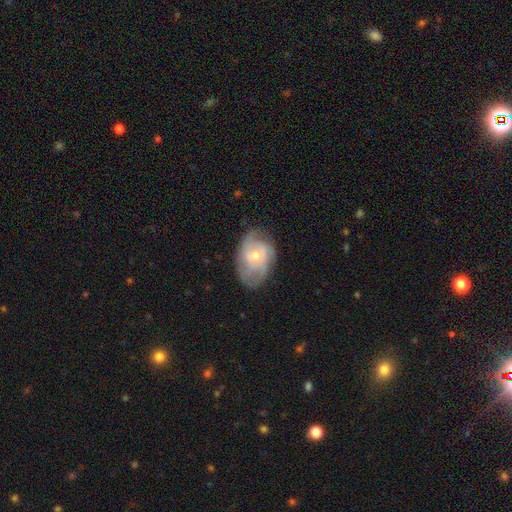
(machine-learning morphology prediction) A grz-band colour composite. It shows a featured or disk galaxy (66%) with no bar (76%), tight (45%) spiral arms (81%) and a moderate central bulge (60%). Merging: none (63%).